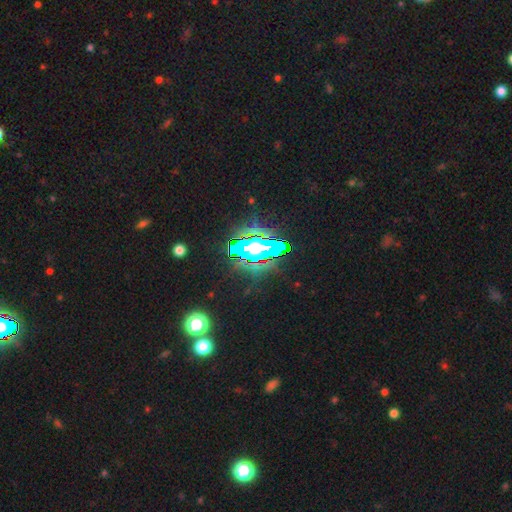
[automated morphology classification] This appears to be a star or artifact, not a galaxy (80%).